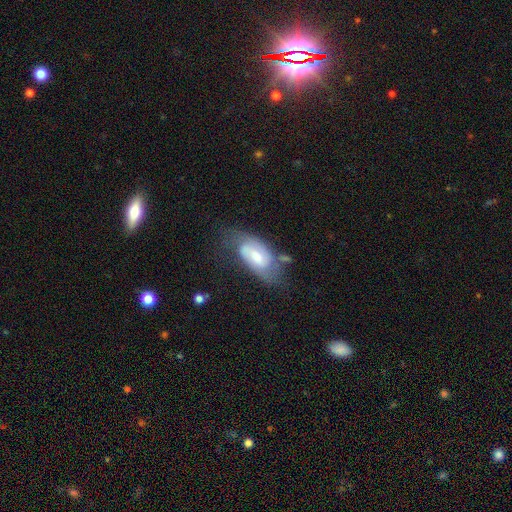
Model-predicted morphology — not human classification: Overall: featured or disk (66%; smooth 27%). Edge-on disk: no (93%). Bar: weak (51%; no 34%). Spiral arms: yes (84%). Spiral arm count: 2 (66%). Spiral winding: medium (44%; tight 34%). Bulge size: moderate (54%; small 38%). Merging: none (51%; minor disturbance 27%).